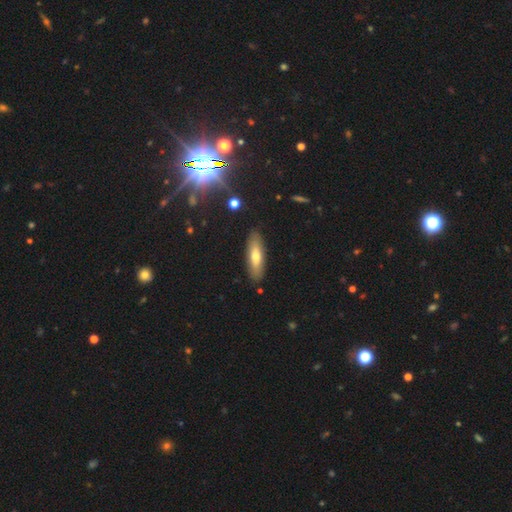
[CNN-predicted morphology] The model was most divided on "how rounded": cigar-shaped: 53%, in between: 44%, round: 3%. More confident: merging — none (87%); smooth or featured — smooth (56%).